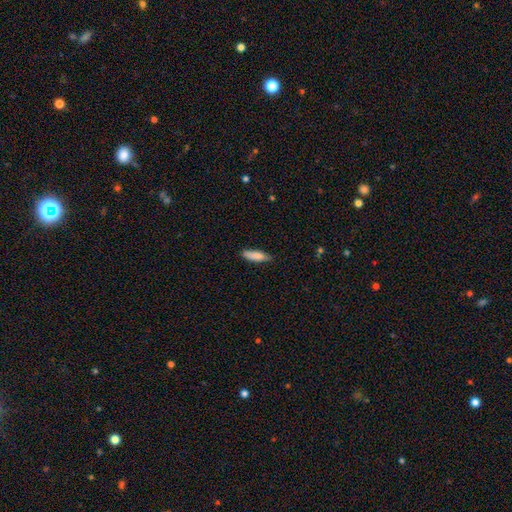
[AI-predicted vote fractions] This appears to be a smooth galaxy with no disk features (84%) that is cigar-shaped (60%). Merging: none (80%).